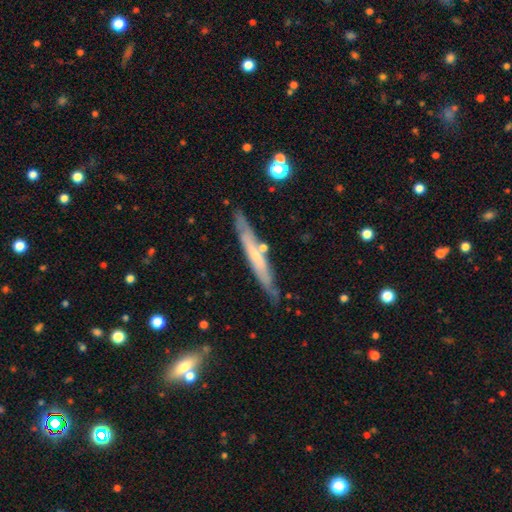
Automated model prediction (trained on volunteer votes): Overall: featured or disk (55%; smooth 38%). Edge-on disk: yes (83%). Merging: none (77%).